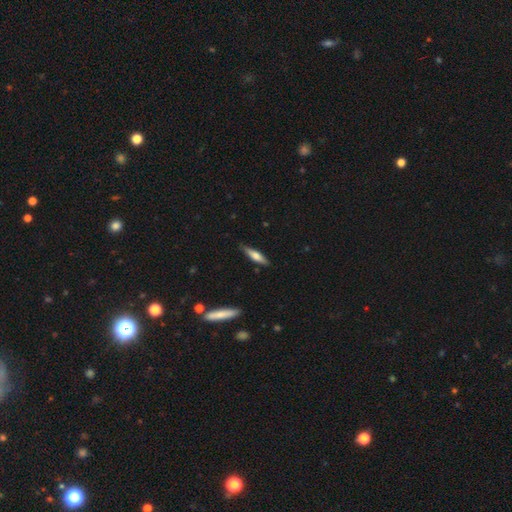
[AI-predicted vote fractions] smooth-or-featured: smooth: 54% | featured or disk: 41% | star or artifact: 6%
  how-rounded: cigar-shaped: 74% | in between: 24% | round: 2%
  merging: none: 85% | minor disturbance: 12% | major disturbance: 2% | merger: 1%